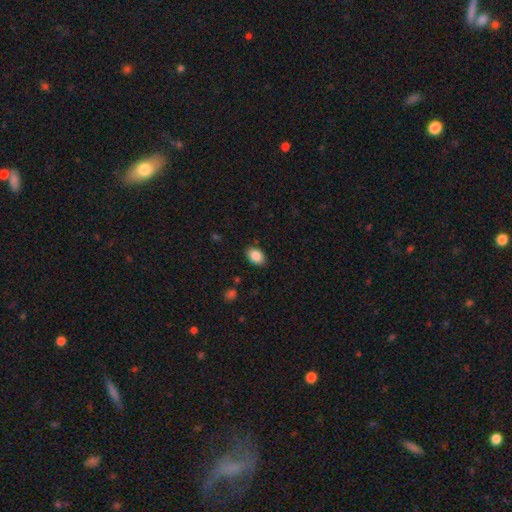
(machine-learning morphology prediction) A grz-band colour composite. It shows a smooth galaxy with no disk features (87%) that is in between round and cigar-shaped (85%). Merging: none (86%).